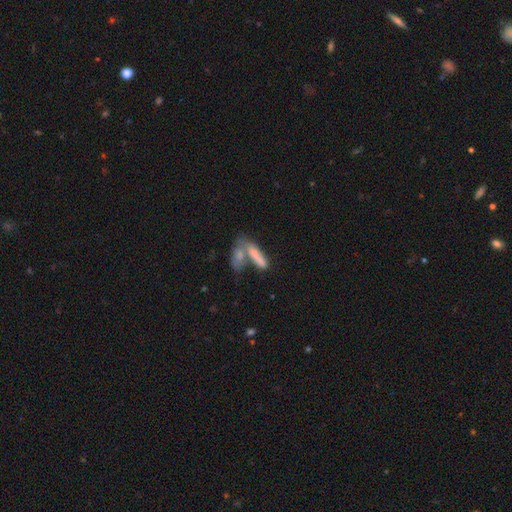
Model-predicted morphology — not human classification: Smooth or featured: smooth — 72% (featured or disk — 19%)
How rounded: cigar-shaped — 52% (in between — 45%)
Merging: merger — 55% (none — 29%)